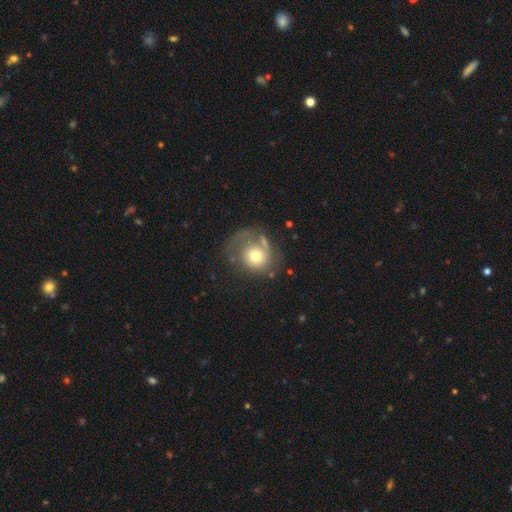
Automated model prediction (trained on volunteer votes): This appears to be a smooth galaxy with no disk features (59%) that is round (76%). Merging: none (43%).